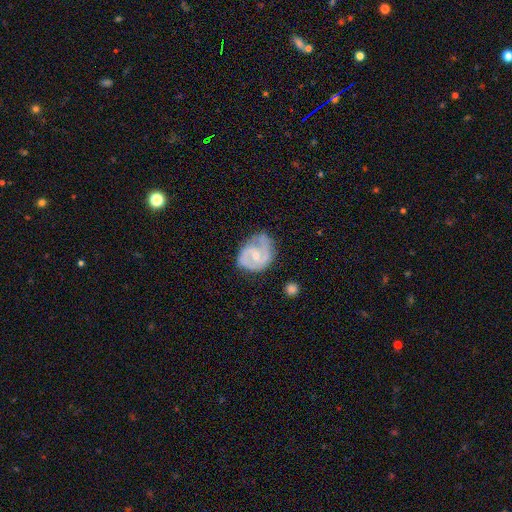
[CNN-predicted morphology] smooth-or-featured: featured or disk: 78% | smooth: 17% | star or artifact: 5%
  disk-edge-on: no: 98% | yes: 2%
    bar: no: 47% | weak: 44% | strong: 9%
    has-spiral-arms: yes: 91% | no: 9%
      spiral-winding: medium: 51% | tight: 30% | loose: 19%
      spiral-arm-count: 2: 76% | 1: 9% | can't tell: 9% | 3: 3% | 4: 1% | more than 4: 1%
    bulge-size: small: 51% | moderate: 45% | none: 3% | large: 1% | dominant: 1%
  merging: none: 50% | minor disturbance: 32% | major disturbance: 15% | merger: 2%